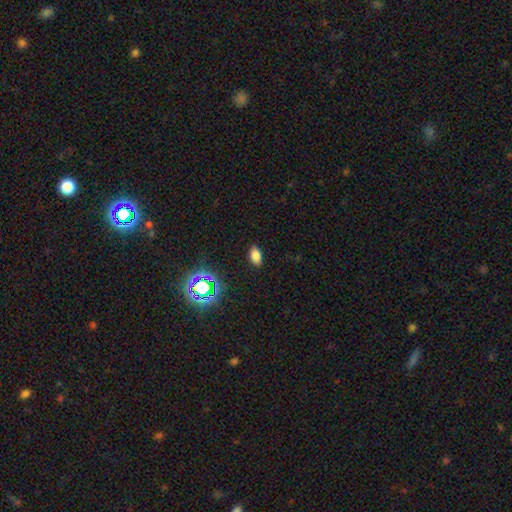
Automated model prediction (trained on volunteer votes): This is likely a smooth galaxy (77%). How rounded: clearly in between (90%). Merging: clearly none (87%).